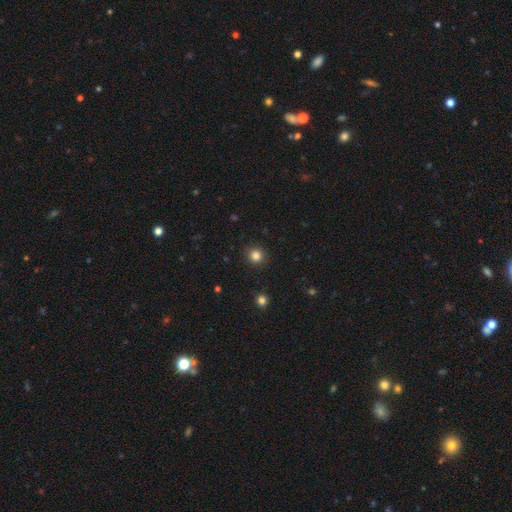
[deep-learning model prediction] smooth_or_featured: smooth (p=0.84) [alt: star or artifact p=0.12]
how_rounded: round (p=0.92) [alt: in between p=0.07]
merging: none (p=0.91) [alt: minor disturbance p=0.06]